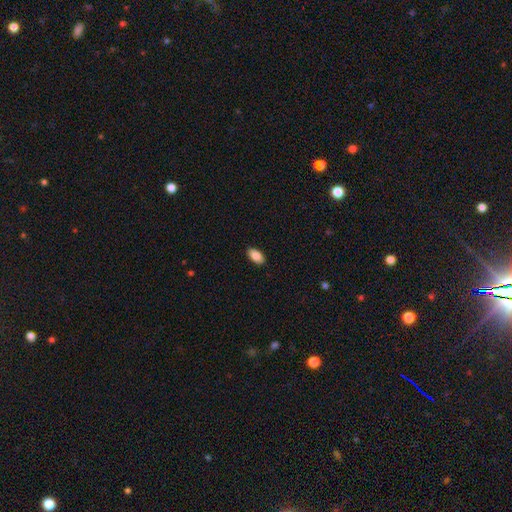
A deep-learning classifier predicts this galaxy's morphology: Smooth or featured? smooth (87%)
How rounded? in between (94%)
Merging? none (90%)